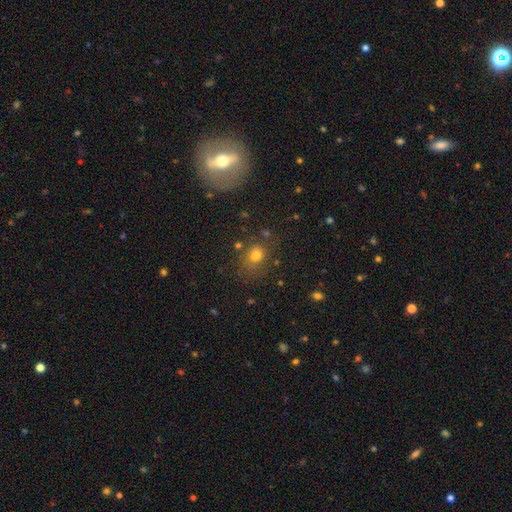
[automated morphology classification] Smooth or featured?
  - smooth: 74% *
  - star or artifact: 17%
  - featured or disk: 9%
How rounded?
  - in between: 50% *
  - round: 48%
  - cigar-shaped: 1%
Merging?
  - none: 69% *
  - minor disturbance: 17%
  - major disturbance: 8%
  - merger: 7%